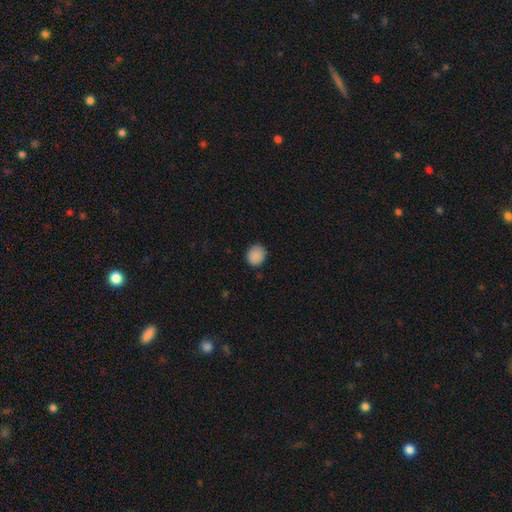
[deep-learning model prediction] smooth-or-featured: smooth: 88% | star or artifact: 9% | featured or disk: 3%
  how-rounded: round: 75% | in between: 24% | cigar-shaped: 1%
  merging: none: 85% | minor disturbance: 12% | major disturbance: 2% | merger: 1%